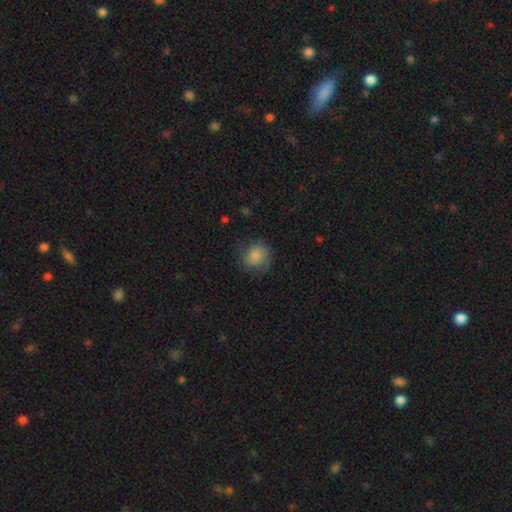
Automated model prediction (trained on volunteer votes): smooth_or_featured: smooth (p=0.81) [alt: featured or disk p=0.11]
how_rounded: round (p=0.74) [alt: in between p=0.25]
merging: none (p=0.66) [alt: minor disturbance p=0.22]